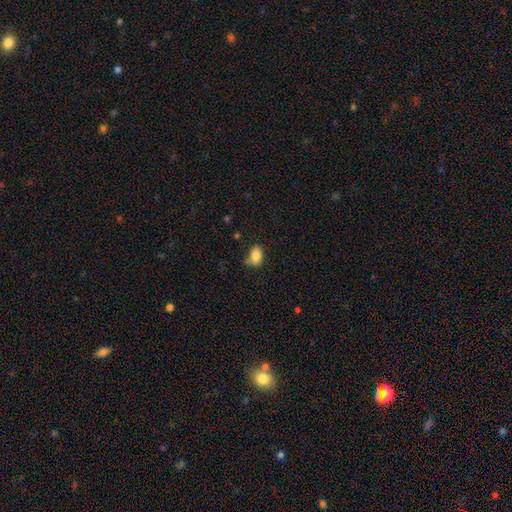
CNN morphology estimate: This appears to be a smooth galaxy with no disk features (83%) that is in between round and cigar-shaped (88%). Merging: none (69%).